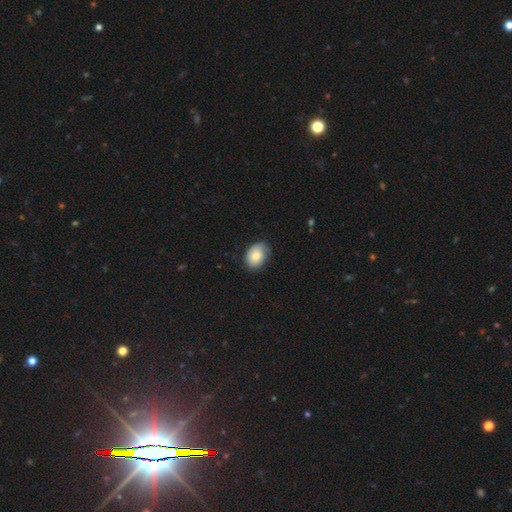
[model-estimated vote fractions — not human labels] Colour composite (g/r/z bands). It shows a smooth galaxy with no disk features (78%) that is in between round and cigar-shaped (70%). Merging: none (68%).